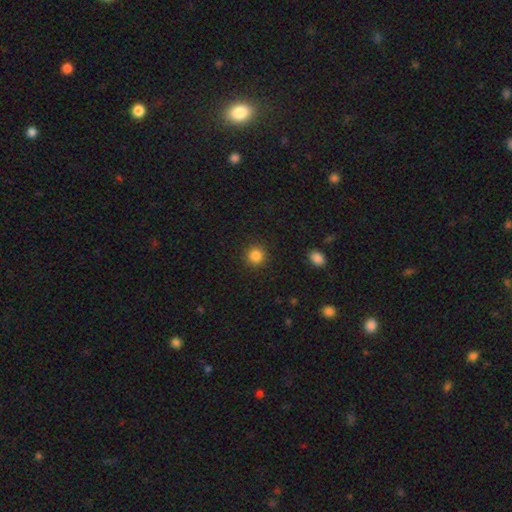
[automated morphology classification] A smooth galaxy with no disk features (85%) that is round (93%). Merging: none (91%).